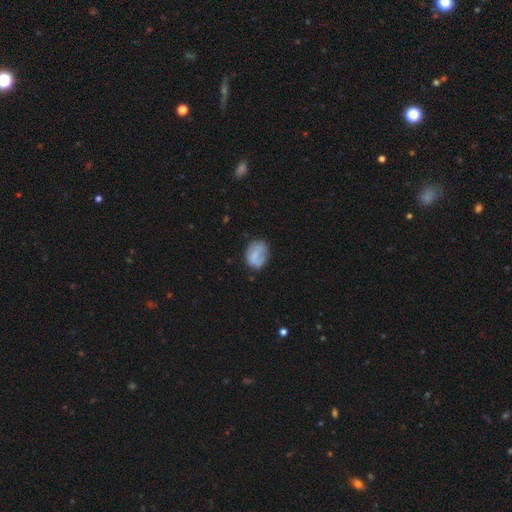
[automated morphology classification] The model was most divided on "how rounded": in between: 61%, round: 37%, cigar-shaped: 1%. More confident: smooth or featured — smooth (70%); merging — none (65%).